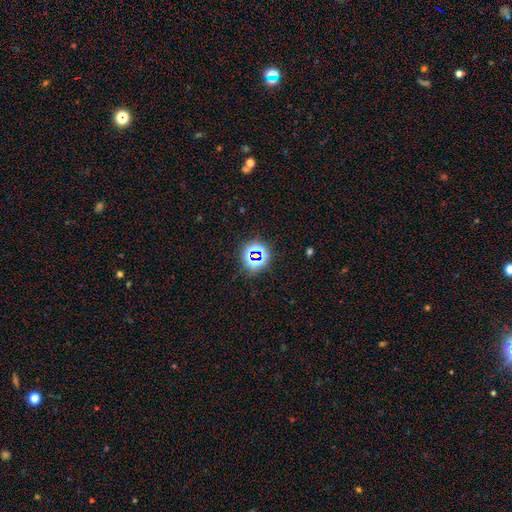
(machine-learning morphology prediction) Smooth or featured? Predicted: star or artifact (p=0.69).